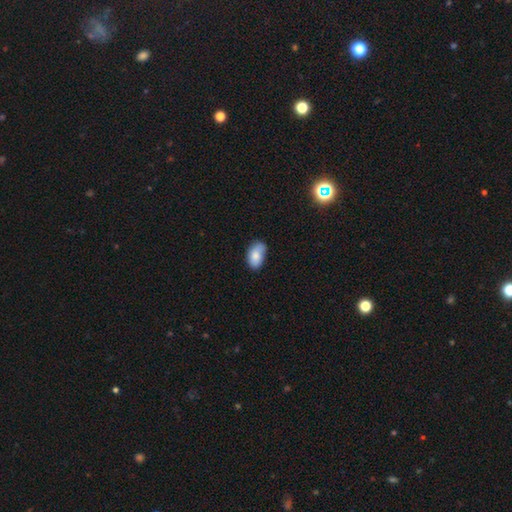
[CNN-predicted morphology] This is clearly a smooth galaxy (82%). How rounded: clearly in between (91%). Merging: possibly none (59%).